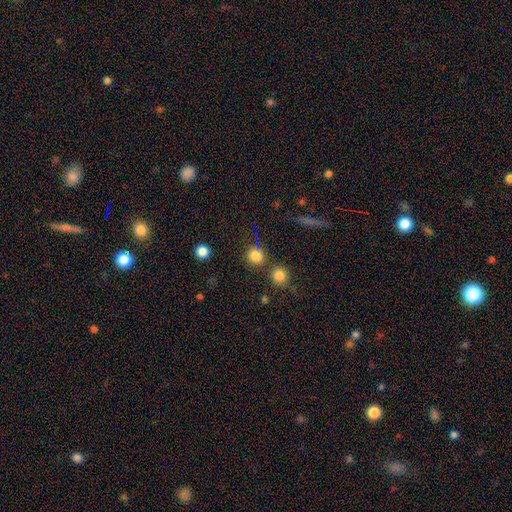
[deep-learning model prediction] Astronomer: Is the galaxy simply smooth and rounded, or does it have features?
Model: smooth — 79%.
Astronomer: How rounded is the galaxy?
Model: round — 88%.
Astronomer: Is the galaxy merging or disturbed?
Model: none — 76%.